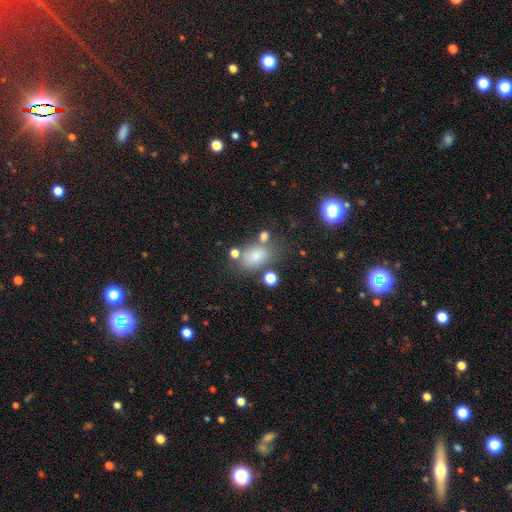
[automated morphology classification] A smooth galaxy with no disk features (77%) that is in between round and cigar-shaped (81%). Merging: none (63%).